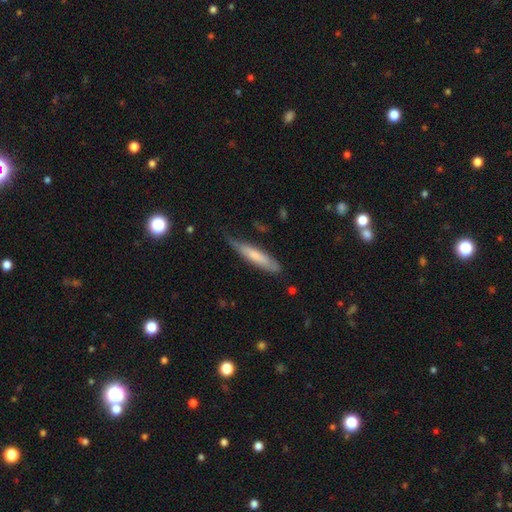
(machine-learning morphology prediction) A smooth galaxy with no disk features (64%) that is cigar-shaped (84%). Merging: none (59%).